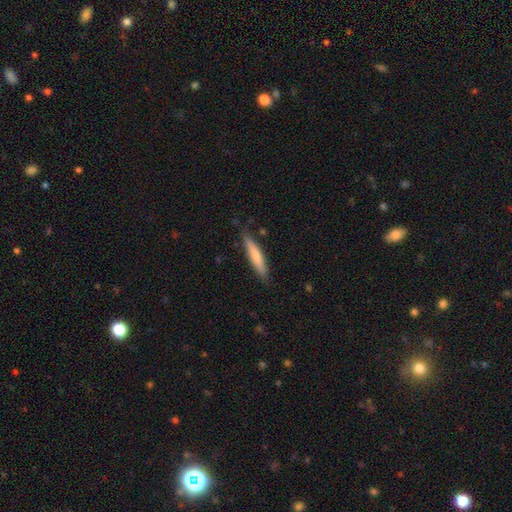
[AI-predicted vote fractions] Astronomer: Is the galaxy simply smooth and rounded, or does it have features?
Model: smooth — 70%.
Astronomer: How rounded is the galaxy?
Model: cigar-shaped — 88%.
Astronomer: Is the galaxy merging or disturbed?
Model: none — 84%.